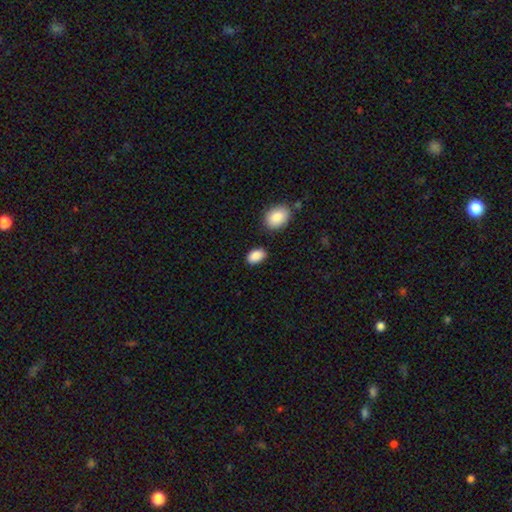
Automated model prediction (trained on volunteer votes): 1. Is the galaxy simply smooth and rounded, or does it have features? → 89% smooth, 7% star or artifact, 4% featured or disk.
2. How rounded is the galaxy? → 89% in between, 9% round, 1% cigar-shaped.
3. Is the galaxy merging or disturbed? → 83% none, 11% minor disturbance, 4% merger, 3% major disturbance.